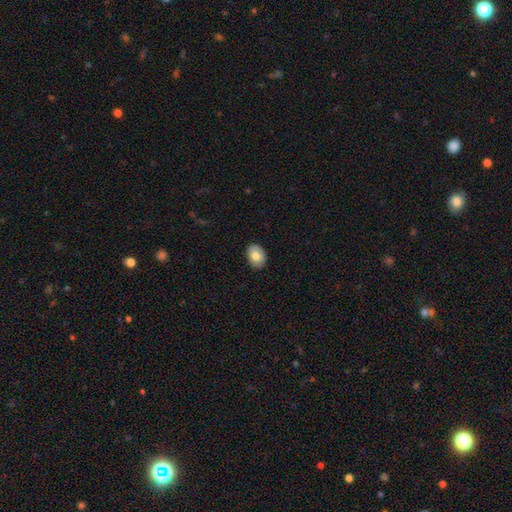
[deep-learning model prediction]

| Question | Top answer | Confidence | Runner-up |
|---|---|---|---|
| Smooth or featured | smooth | 76% | featured or disk (17%) |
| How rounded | in between | 72% | round (27%) |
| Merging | none | 88% | minor disturbance (9%) |